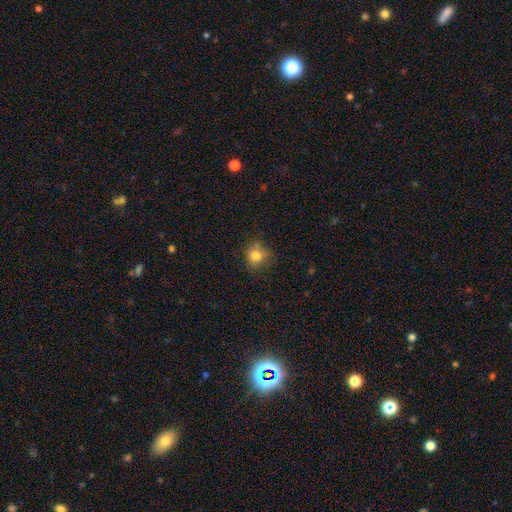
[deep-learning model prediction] Q: Smooth or featured?
A: smooth (81%); runner-up: star or artifact (11%)
Q: How rounded?
A: round (80%); runner-up: in between (19%)
Q: Merging?
A: none (69%); runner-up: minor disturbance (21%)